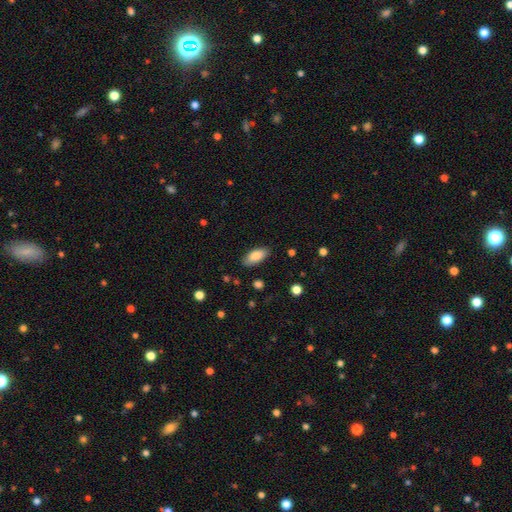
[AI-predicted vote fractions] smooth 84%, featured or disk 10%, star or artifact 6%. Down the decision tree: how rounded — in between (86%); merging — none (86%).